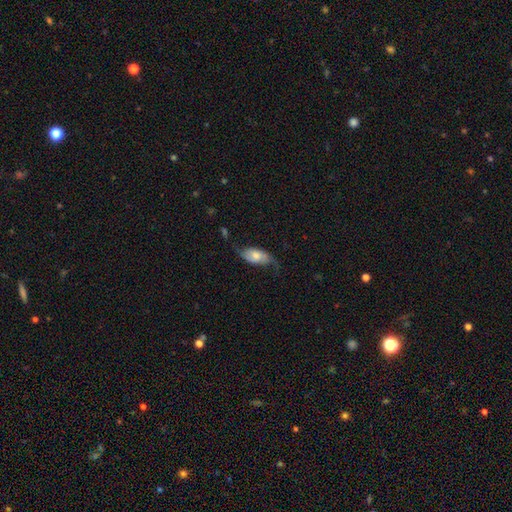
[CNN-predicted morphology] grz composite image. It shows a featured or disk galaxy (53%). Merging: none (53%).